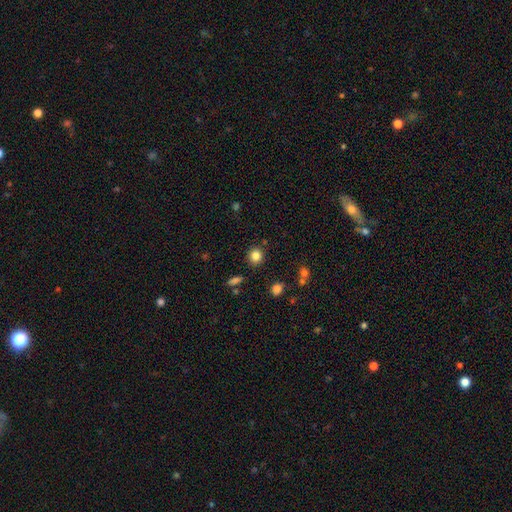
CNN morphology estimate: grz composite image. It shows a smooth galaxy with no disk features (83%) that is round (87%). Merging: none (87%).